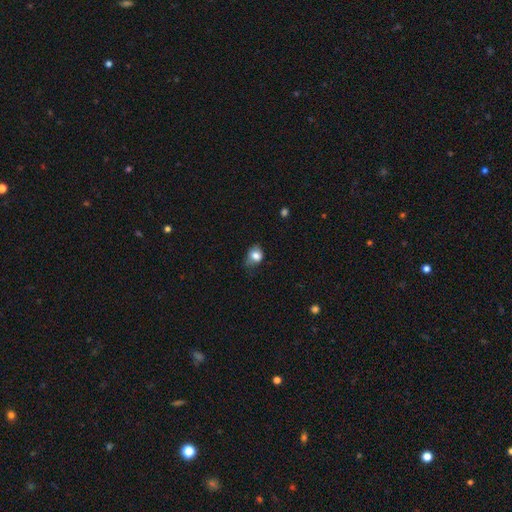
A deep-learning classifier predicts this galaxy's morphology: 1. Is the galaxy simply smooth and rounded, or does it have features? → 79% smooth, 11% featured or disk, 10% star or artifact.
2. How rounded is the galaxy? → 52% round, 47% in between, 1% cigar-shaped.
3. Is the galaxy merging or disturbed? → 43% none, 38% minor disturbance, 17% major disturbance, 2% merger.